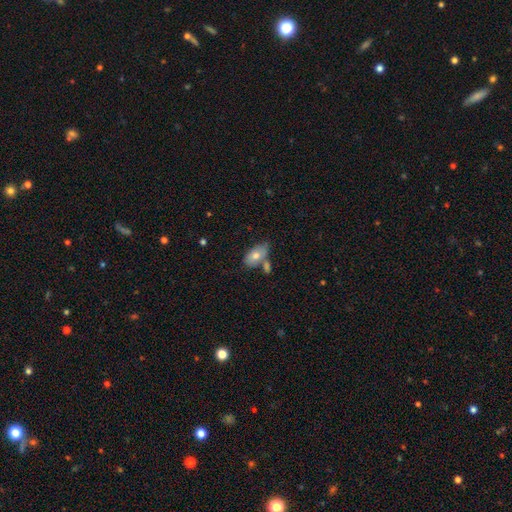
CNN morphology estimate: A smooth galaxy with no disk features (73%) that is in between round and cigar-shaped (92%).

Vote fractions:
- Smooth or featured? smooth: 73% / featured or disk: 21% / star or artifact: 7%
- How rounded? in between: 92% / round: 5% / cigar-shaped: 3%
- Merging? none: 51% / merger: 27% / minor disturbance: 17% / major disturbance: 5%